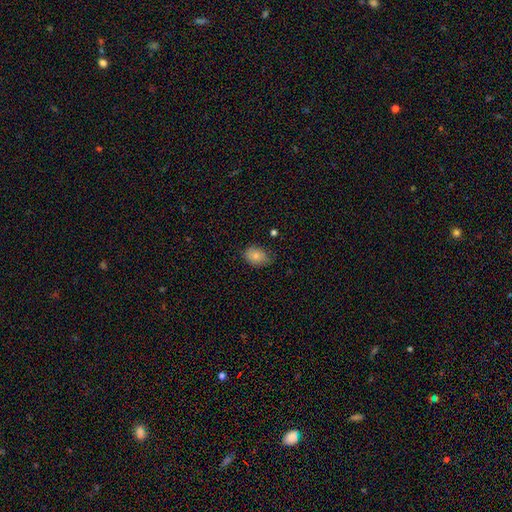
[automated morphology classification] The model was most divided on "merging": none: 67%, minor disturbance: 27%, major disturbance: 5%, merger: 1%. More confident: smooth or featured — smooth (82%); how rounded — in between (74%).